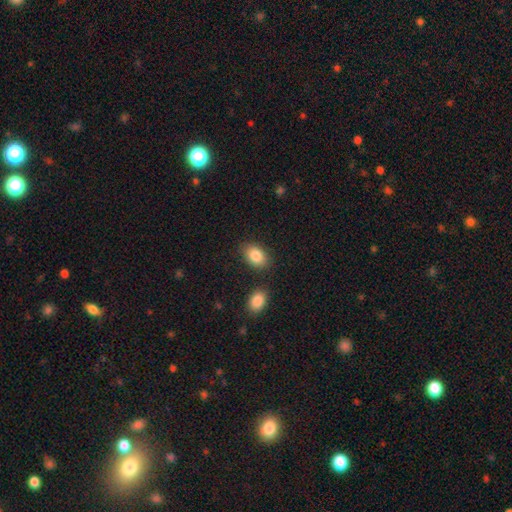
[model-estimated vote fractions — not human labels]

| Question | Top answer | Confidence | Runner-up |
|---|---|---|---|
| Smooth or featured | smooth | 86% | star or artifact (7%) |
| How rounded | in between | 85% | round (14%) |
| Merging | none | 81% | minor disturbance (11%) |